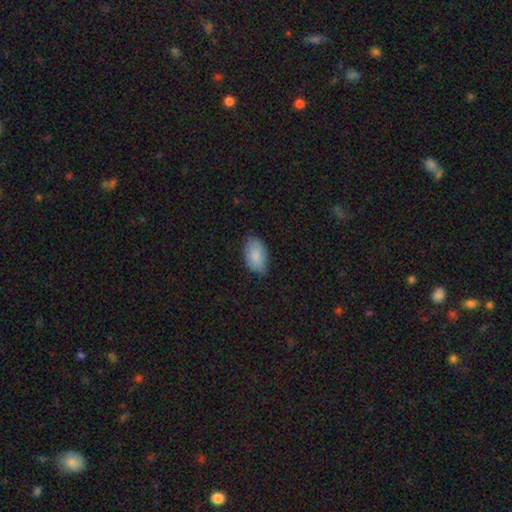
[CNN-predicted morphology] smooth 86%, featured or disk 8%, star or artifact 6%. Down the decision tree: how rounded — in between (94%); merging — none (78%).